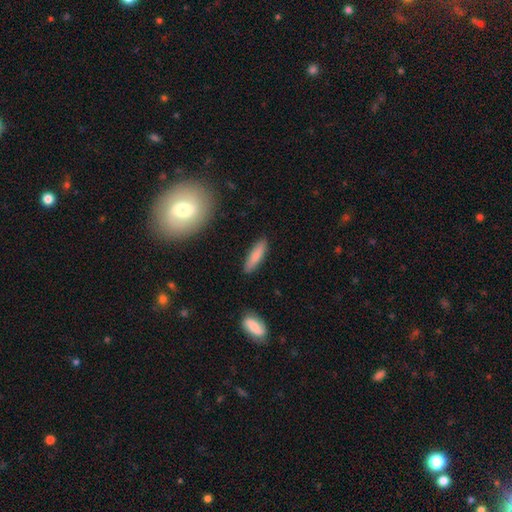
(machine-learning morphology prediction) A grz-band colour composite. It shows a smooth galaxy with no disk features (81%) that is cigar-shaped (68%). Merging: none (88%).